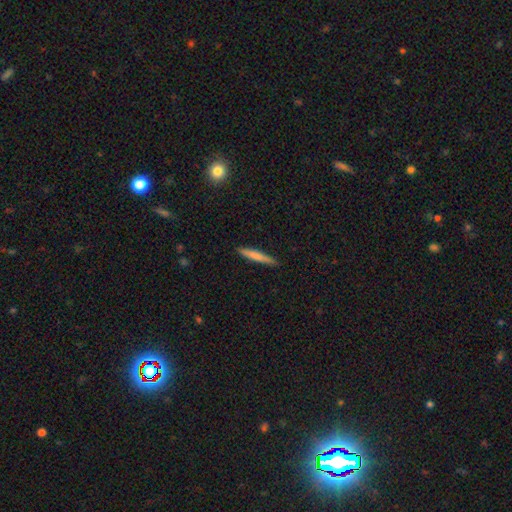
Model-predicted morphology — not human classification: This appears to be a smooth galaxy with no disk features (72%) that is cigar-shaped (95%). Merging: none (88%).